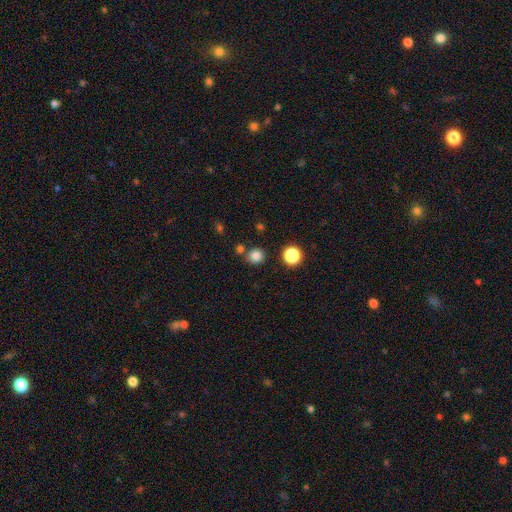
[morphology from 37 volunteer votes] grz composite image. It shows a smooth galaxy with no disk features (92%) that is round (94%). Merging: none (83%).